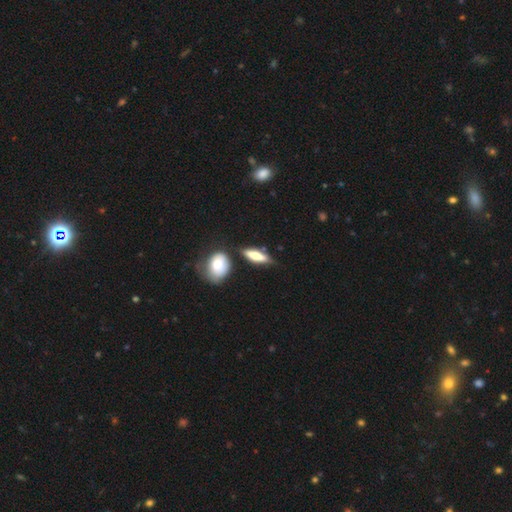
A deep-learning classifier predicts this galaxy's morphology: Overall: smooth (59%; featured or disk 34%). How rounded: cigar-shaped (50%; in between 46%). Merging: none (65%).